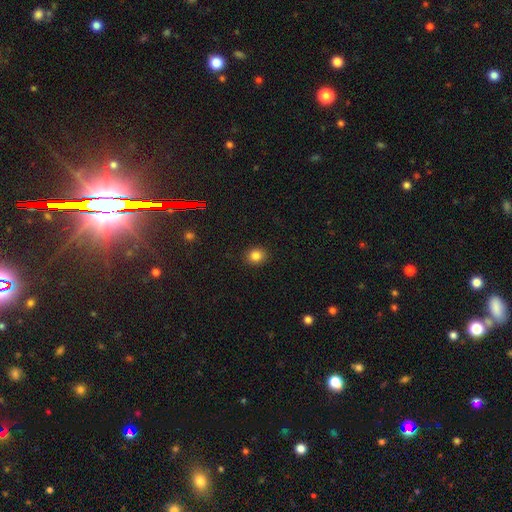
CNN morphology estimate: This appears to be a smooth galaxy with no disk features (84%) that is round (75%). Merging: none (91%).